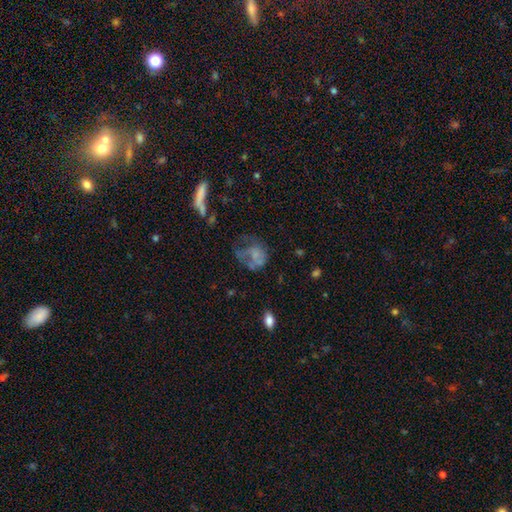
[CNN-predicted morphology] Smooth or featured? Predicted: smooth (p=0.47). Merging? Predicted: major disturbance (p=0.43).